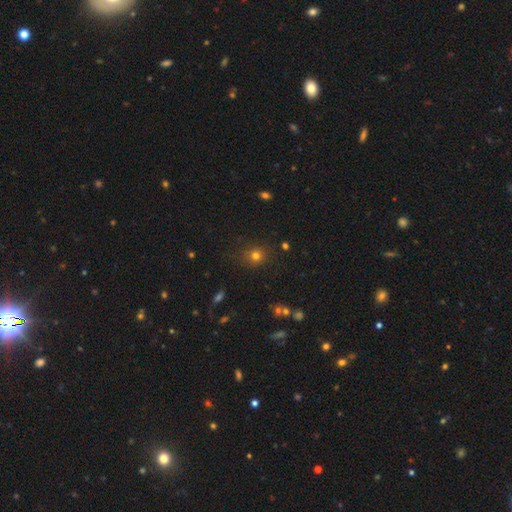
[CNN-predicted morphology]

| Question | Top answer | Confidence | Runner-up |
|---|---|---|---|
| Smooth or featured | smooth | 74% | star or artifact (19%) |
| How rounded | round | 83% | in between (16%) |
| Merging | none | 83% | minor disturbance (11%) |